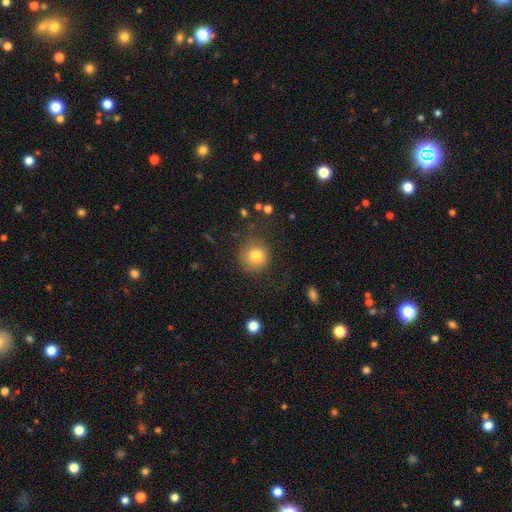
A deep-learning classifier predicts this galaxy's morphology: This is likely a smooth galaxy (80%). How rounded: clearly round (89%). Merging: likely none (73%).